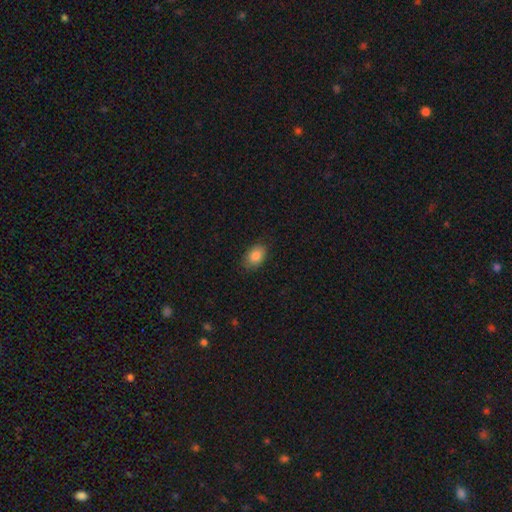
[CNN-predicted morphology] type=smooth (86%); roundness=in between (84%); merging=none (84%).